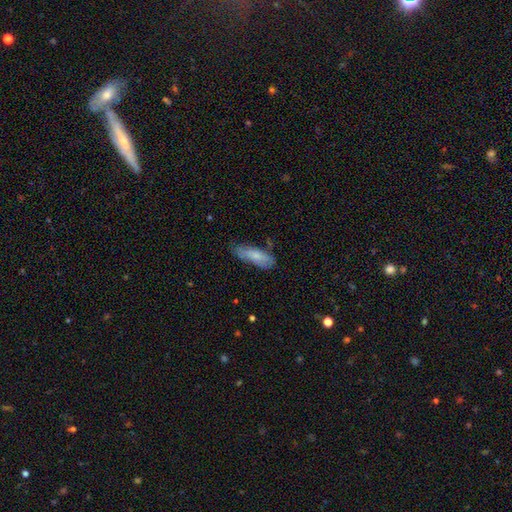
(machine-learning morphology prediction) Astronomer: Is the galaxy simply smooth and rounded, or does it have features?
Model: smooth — 68%.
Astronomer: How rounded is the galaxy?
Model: in between — 56% (runner-up: cigar-shaped, 43%).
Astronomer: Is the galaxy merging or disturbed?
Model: none — 65%.